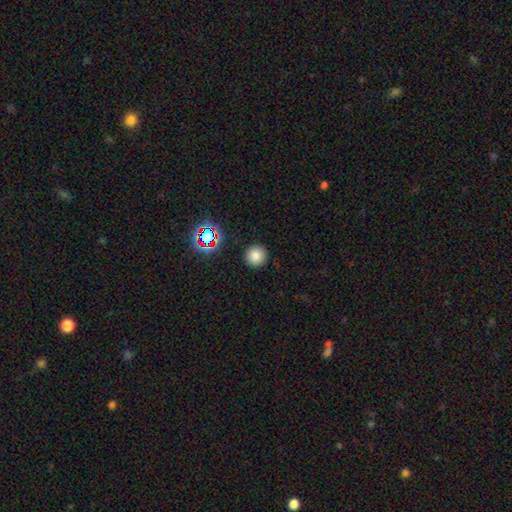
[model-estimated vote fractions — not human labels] Overall: smooth (78%). How rounded: round (95%). Merging: none (91%).